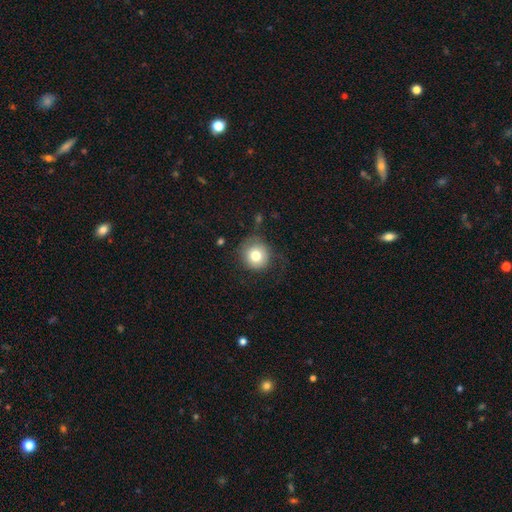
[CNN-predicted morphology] A smooth galaxy with no disk features (78%) that is round (93%). Merging: none (71%).